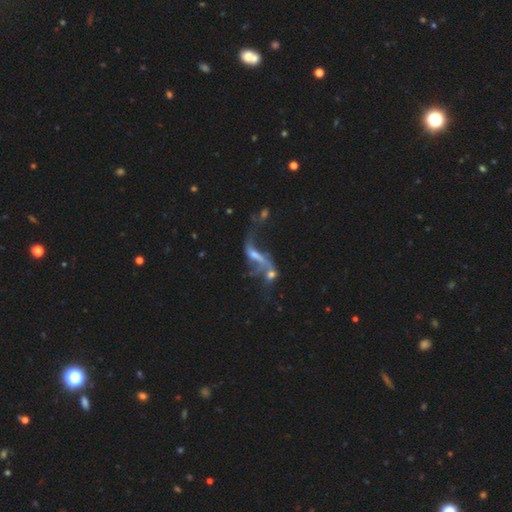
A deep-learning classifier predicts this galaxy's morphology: The model was most divided on "bulge size": small: 37%, none: 36%, moderate: 22%, large: 3%, dominant: 2%. Remaining: edge-on disk — no (89%); smooth or featured — featured or disk (72%); spiral arms — yes (68%); merging — merger (41%); bar — no (38%).